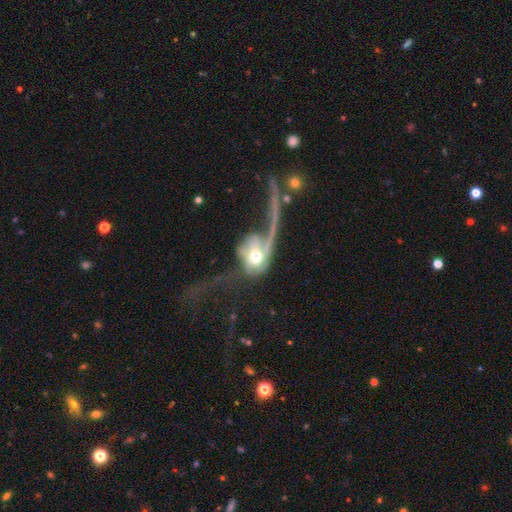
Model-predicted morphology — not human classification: Smooth or featured? Predicted: featured or disk (p=0.51). Edge-on disk? Predicted: no (p=0.87). Merging? Predicted: major disturbance (p=0.58).